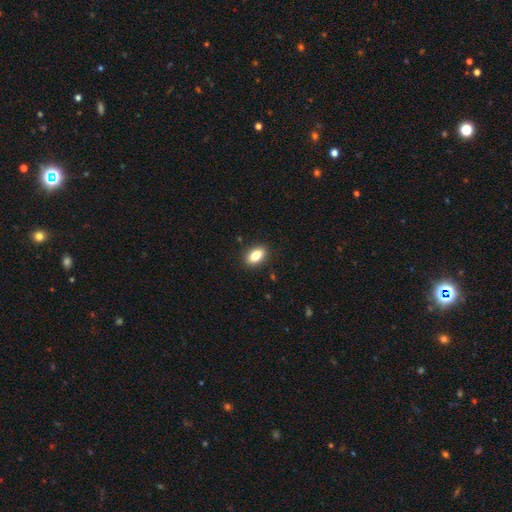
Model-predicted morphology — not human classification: smooth 81%, featured or disk 11%, star or artifact 8%. Down the decision tree: how rounded — in between (87%); merging — none (89%).